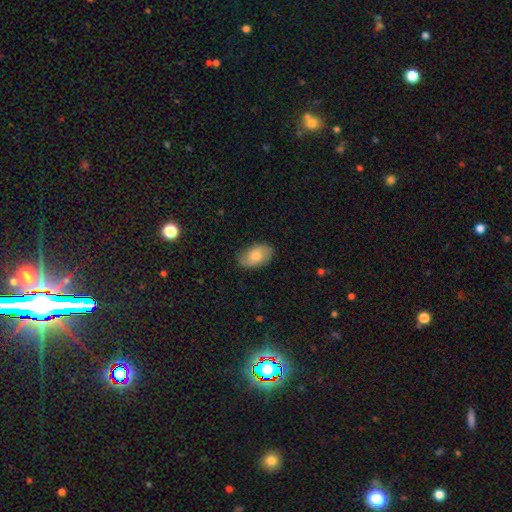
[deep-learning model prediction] A smooth galaxy with no disk features (68%) that is in between round and cigar-shaped (93%). Merging: none (80%).